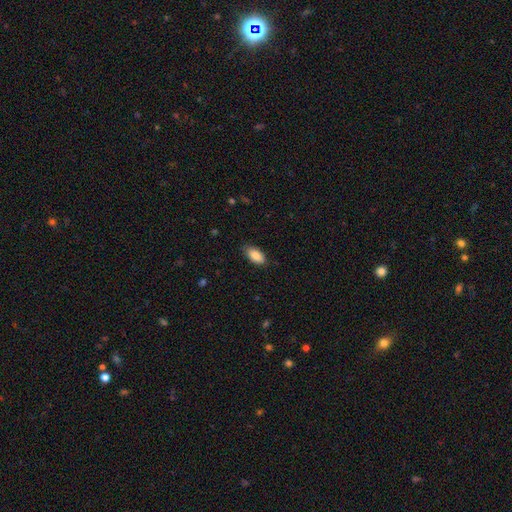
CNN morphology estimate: type=smooth (87%); roundness=in between (92%); merging=none (82%).